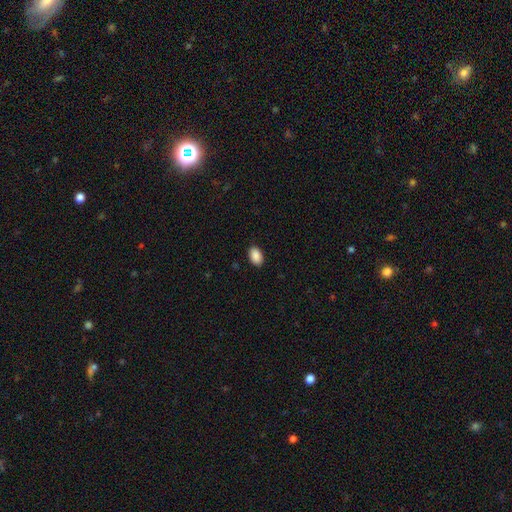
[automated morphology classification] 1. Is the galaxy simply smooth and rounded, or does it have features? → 90% smooth, 7% star or artifact, 3% featured or disk.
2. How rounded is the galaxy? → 89% in between, 10% round, 1% cigar-shaped.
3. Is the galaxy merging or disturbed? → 89% none, 8% minor disturbance, 2% major disturbance, 1% merger.